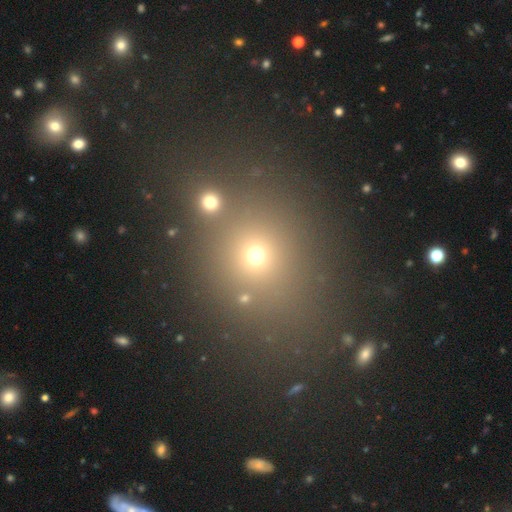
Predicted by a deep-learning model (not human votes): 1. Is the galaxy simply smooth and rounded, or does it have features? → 60% smooth, 30% star or artifact, 10% featured or disk.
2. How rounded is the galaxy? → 70% round, 28% in between, 2% cigar-shaped.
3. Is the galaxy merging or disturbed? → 76% none, 10% minor disturbance, 9% merger, 5% major disturbance.